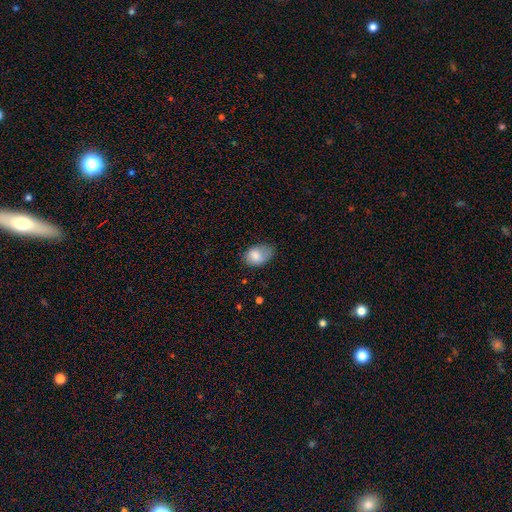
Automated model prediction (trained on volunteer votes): A smooth galaxy with no disk features (81%) that is in between round and cigar-shaped (82%).

Vote fractions:
- Smooth or featured? smooth: 81% / featured or disk: 12% / star or artifact: 7%
- How rounded? in between: 82% / round: 17% / cigar-shaped: 1%
- Merging? none: 51% / minor disturbance: 35% / major disturbance: 11% / merger: 2%